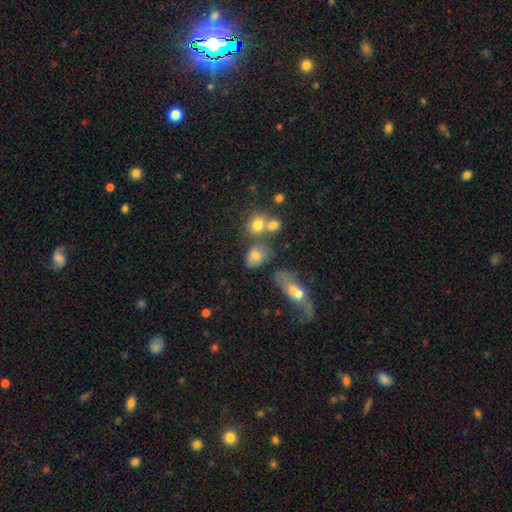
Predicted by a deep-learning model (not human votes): smooth 69%, featured or disk 18%, star or artifact 13%. Down the decision tree: how rounded — in between (70%); merging — none (38%).